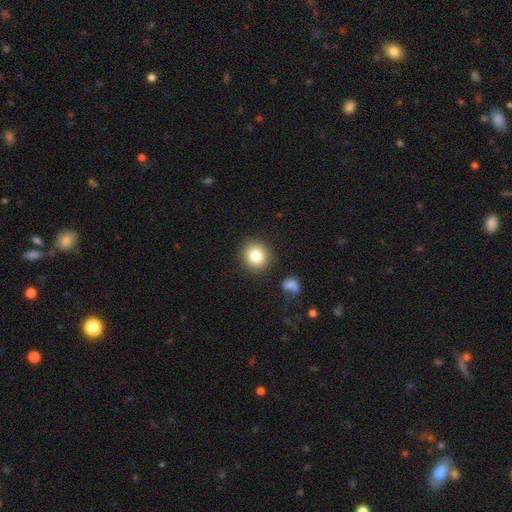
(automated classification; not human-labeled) Smooth or featured?
  - smooth: 82% *
  - star or artifact: 10%
  - featured or disk: 8%
How rounded?
  - round: 85% *
  - in between: 14%
  - cigar-shaped: 1%
Merging?
  - none: 88% *
  - minor disturbance: 7%
  - major disturbance: 3%
  - merger: 3%